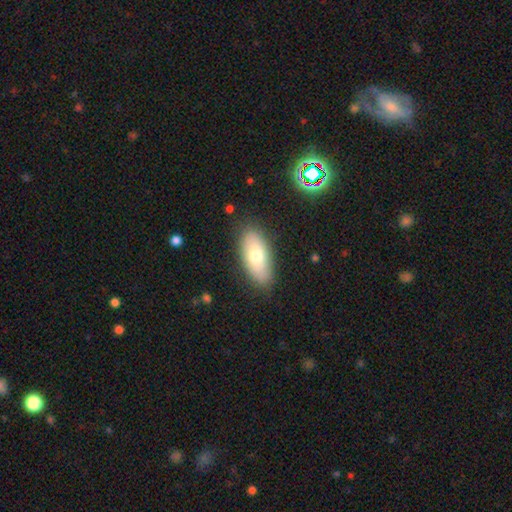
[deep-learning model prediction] A smooth galaxy with no disk features (70%) that is in between round and cigar-shaped (88%).

Vote fractions:
- Smooth or featured? smooth: 70% / featured or disk: 23% / star or artifact: 7%
- How rounded? in between: 88% / cigar-shaped: 9% / round: 3%
- Merging? none: 86% / minor disturbance: 11% / major disturbance: 3% / merger: 1%